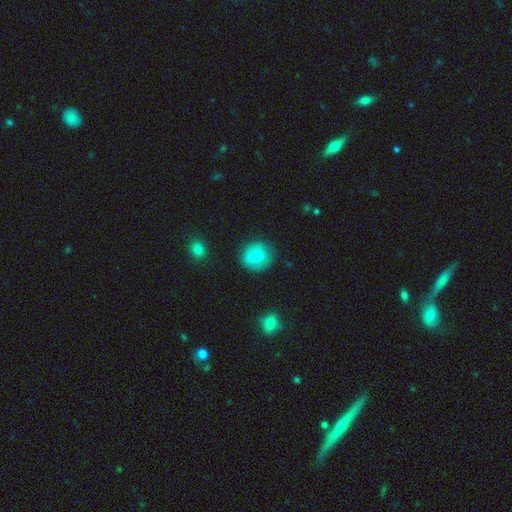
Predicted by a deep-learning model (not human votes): Overall: smooth (75%). How rounded: round (81%). Merging: none (84%).